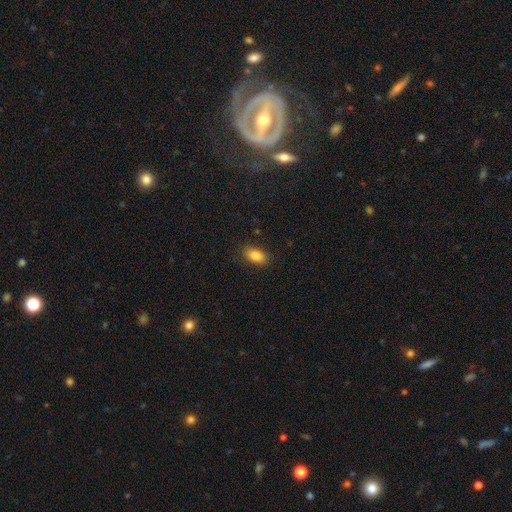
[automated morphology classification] Smooth or featured: smooth — 85% (star or artifact — 8%)
How rounded: in between — 90% (round — 6%)
Merging: none — 86% (minor disturbance — 10%)